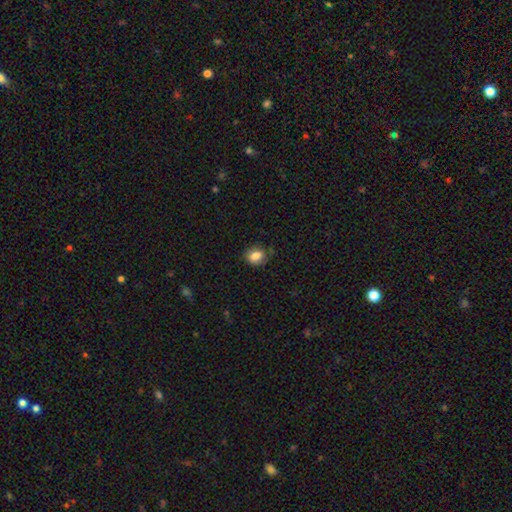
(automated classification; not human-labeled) The model was most divided on "how rounded": in between: 58%, round: 41%, cigar-shaped: 1%. More confident: smooth or featured — smooth (83%); merging — none (72%).